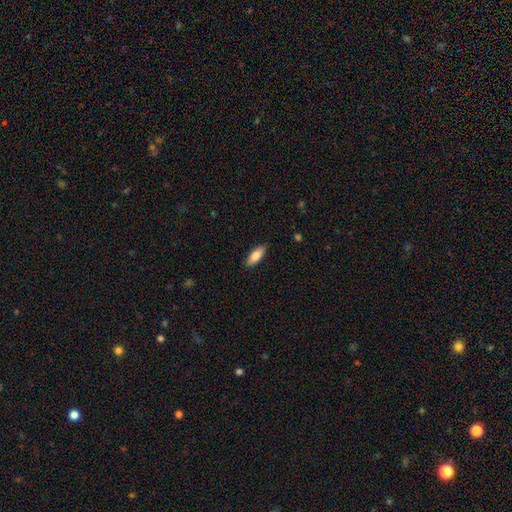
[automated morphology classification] A smooth galaxy with no disk features (84%) that is in between round and cigar-shaped (80%). Merging: none (85%).